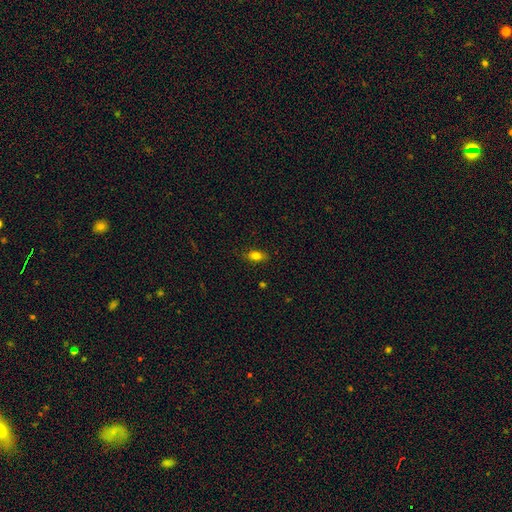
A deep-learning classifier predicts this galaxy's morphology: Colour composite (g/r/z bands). It shows a smooth galaxy with no disk features (78%) that is in between round and cigar-shaped (82%). Merging: none (83%).